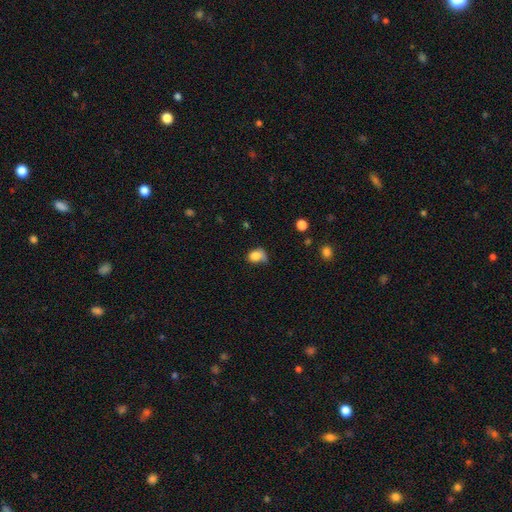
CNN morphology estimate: A smooth galaxy with no disk features (80%) that is in between round and cigar-shaped (63%).

Vote fractions:
- Smooth or featured? smooth: 80% / featured or disk: 11% / star or artifact: 9%
- How rounded? in between: 63% / round: 36% / cigar-shaped: 1%
- Merging? minor disturbance: 38% / none: 33% / major disturbance: 23% / merger: 6%